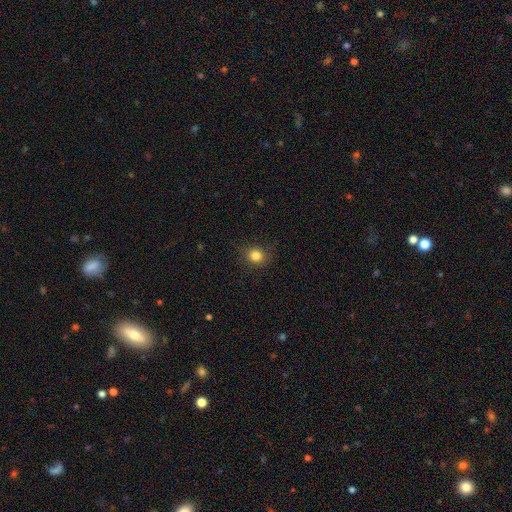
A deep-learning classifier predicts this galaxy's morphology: Smooth or featured? Predicted: smooth (p=0.82). How rounded? Predicted: round (p=0.83). Merging? Predicted: none (p=0.87).